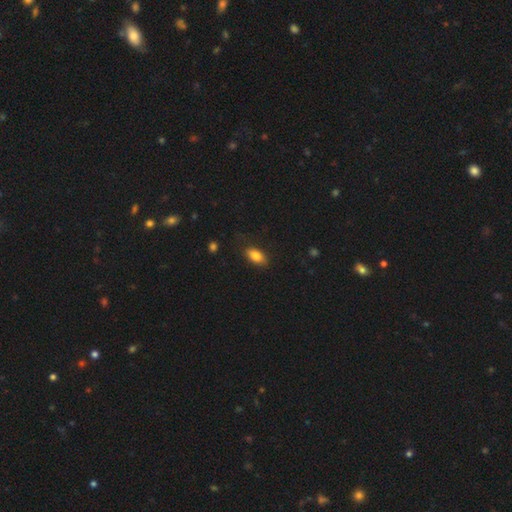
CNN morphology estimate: This appears to be a smooth galaxy with no disk features (84%) that is in between round and cigar-shaped (90%). Merging: none (81%).